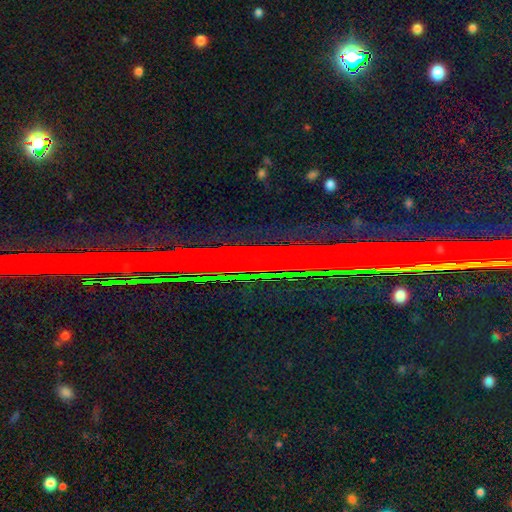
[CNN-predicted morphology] star or artifact 84%, featured or disk 9%, smooth 7%.